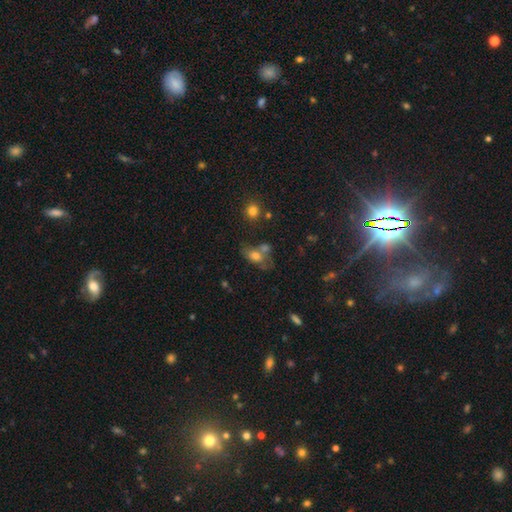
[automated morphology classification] This is likely a smooth galaxy (66%). How rounded: clearly in between (81%). Merging: marginally merger (38%).